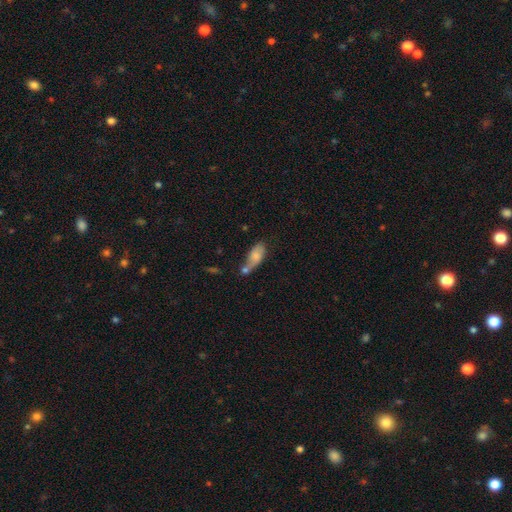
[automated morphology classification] Smooth or featured? smooth (74%)
How rounded? in between (82%)
Merging? merger (39%)